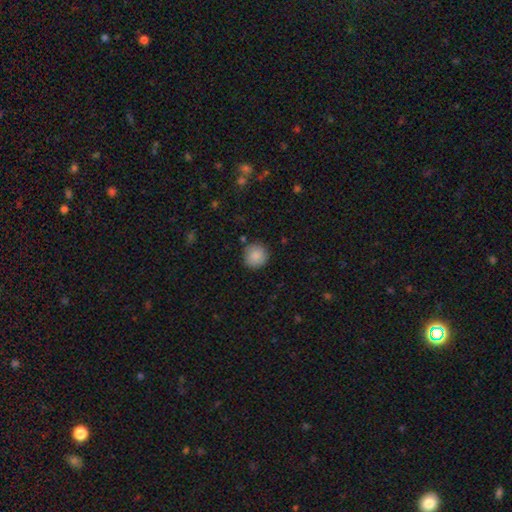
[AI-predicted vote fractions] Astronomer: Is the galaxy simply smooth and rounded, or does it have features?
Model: smooth — 87%.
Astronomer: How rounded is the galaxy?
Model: round — 94%.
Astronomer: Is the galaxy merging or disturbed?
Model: none — 87%.